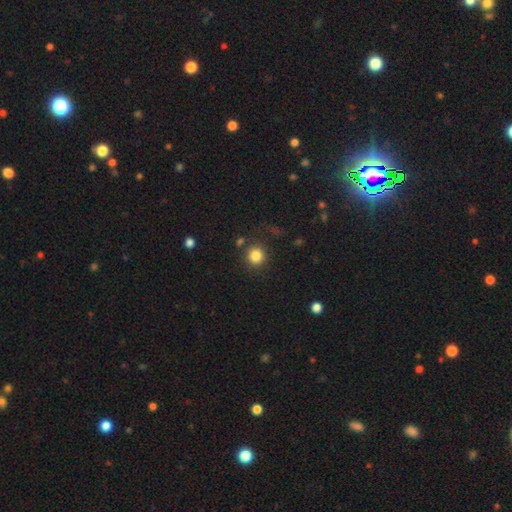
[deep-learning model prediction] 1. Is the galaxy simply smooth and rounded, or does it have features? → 84% smooth, 11% star or artifact, 5% featured or disk.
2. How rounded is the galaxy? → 92% round, 7% in between, 1% cigar-shaped.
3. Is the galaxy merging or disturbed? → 83% none, 8% minor disturbance, 4% merger, 4% major disturbance.